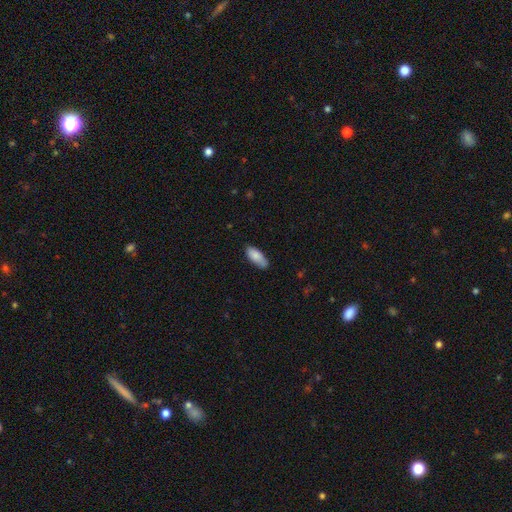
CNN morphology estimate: Smooth or featured?
  - smooth: 81% *
  - featured or disk: 12%
  - star or artifact: 6%
How rounded?
  - in between: 83% *
  - cigar-shaped: 15%
  - round: 2%
Merging?
  - none: 71% *
  - minor disturbance: 23%
  - major disturbance: 3%
  - merger: 2%